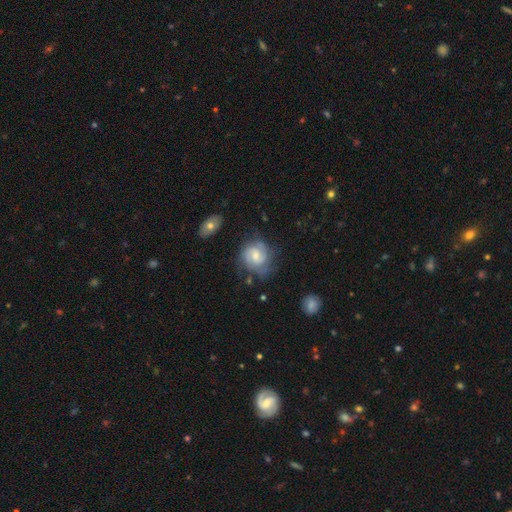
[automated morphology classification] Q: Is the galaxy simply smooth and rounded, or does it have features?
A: featured or disk — 75%.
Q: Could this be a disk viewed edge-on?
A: no — 98%.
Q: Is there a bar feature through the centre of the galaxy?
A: weak — 48%.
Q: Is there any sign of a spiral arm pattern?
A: yes — 93%.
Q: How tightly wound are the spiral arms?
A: tight — 51%.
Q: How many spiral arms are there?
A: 2 — 54%.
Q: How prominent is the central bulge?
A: moderate — 47%.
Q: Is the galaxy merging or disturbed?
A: none — 65%.